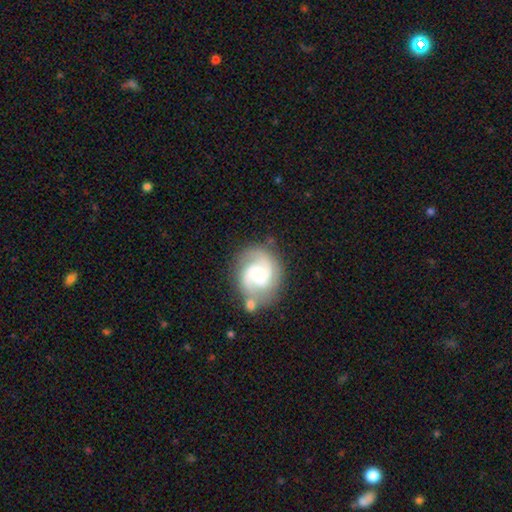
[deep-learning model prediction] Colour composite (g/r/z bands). It shows a featured or disk galaxy (77%) with no bar (47%), 2 (79%) medium (47%) spiral arms (95%) and a moderate central bulge (46%). Merging: none (70%).